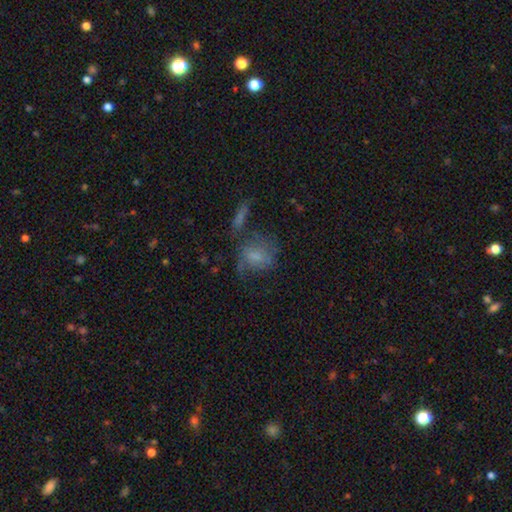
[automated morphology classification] A smooth galaxy with no disk features (53%) that is in between round and cigar-shaped (54%).

Vote fractions:
- Smooth or featured? smooth: 53% / featured or disk: 34% / star or artifact: 12%
- How rounded? in between: 54% / round: 44% / cigar-shaped: 3%
- Merging? none: 38% / major disturbance: 27% / minor disturbance: 21% / merger: 13%